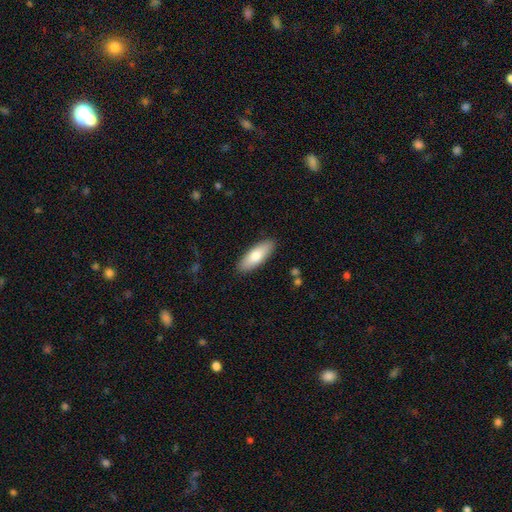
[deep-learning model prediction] smooth_or_featured: smooth (p=0.76) [alt: featured or disk p=0.18]
how_rounded: in between (p=0.65) [alt: cigar-shaped p=0.33]
merging: none (p=0.89) [alt: minor disturbance p=0.08]